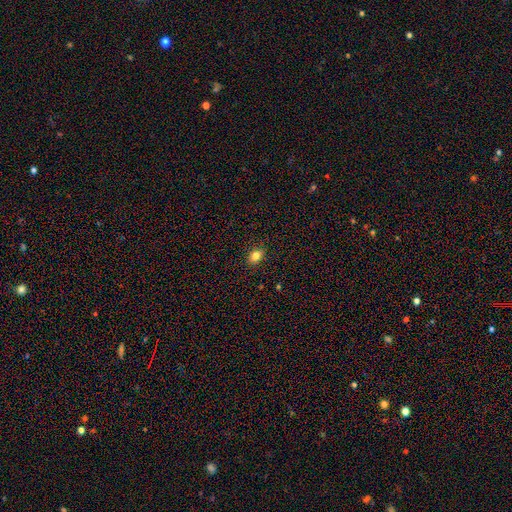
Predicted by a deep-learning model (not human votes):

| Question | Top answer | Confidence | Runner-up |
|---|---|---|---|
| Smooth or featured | smooth | 82% | star or artifact (11%) |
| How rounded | in between | 67% | round (32%) |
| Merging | none | 89% | minor disturbance (8%) |